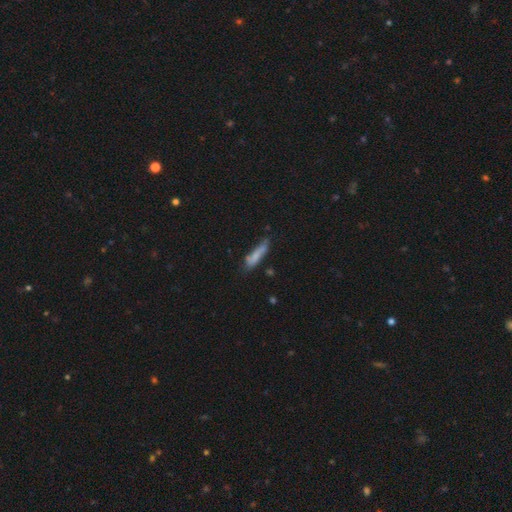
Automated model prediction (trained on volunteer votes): smooth 73%, featured or disk 19%, star or artifact 7%. Down the decision tree: how rounded — cigar-shaped (76%); merging — none (53%).